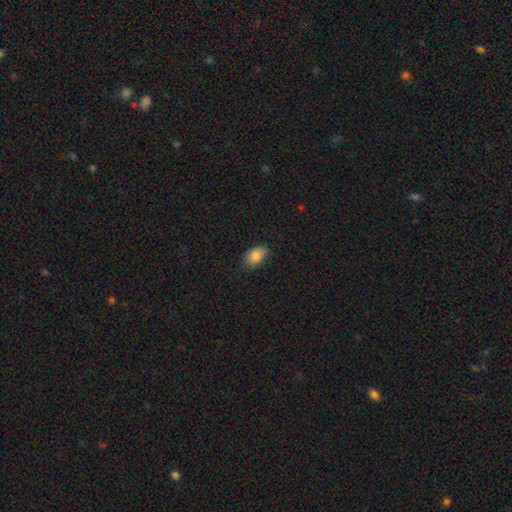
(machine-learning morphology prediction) smooth_or_featured: smooth (p=0.85) [alt: star or artifact p=0.07]
how_rounded: in between (p=0.89) [alt: round p=0.10]
merging: none (p=0.77) [alt: minor disturbance p=0.19]